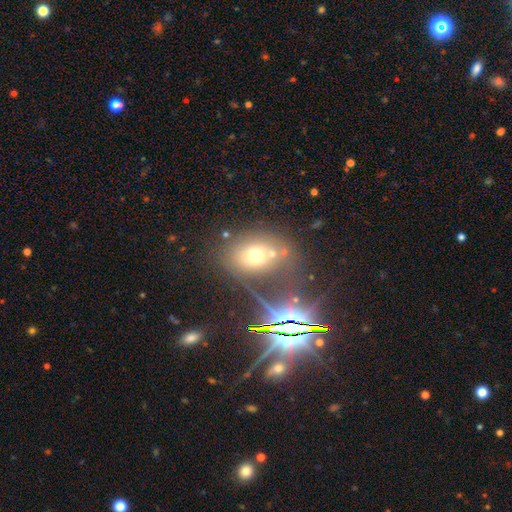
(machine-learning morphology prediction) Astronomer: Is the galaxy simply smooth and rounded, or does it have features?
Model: smooth — 56%.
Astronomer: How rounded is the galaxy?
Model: in between — 60% (runner-up: round, 38%).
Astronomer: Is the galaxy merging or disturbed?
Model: none — 65%.